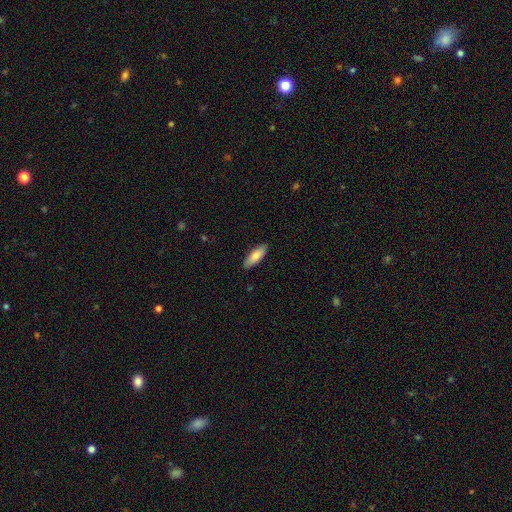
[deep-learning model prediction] Q: Smooth or featured?
A: smooth (81%); runner-up: featured or disk (14%)
Q: How rounded?
A: in between (63%); runner-up: cigar-shaped (35%)
Q: Merging?
A: none (89%); runner-up: minor disturbance (8%)